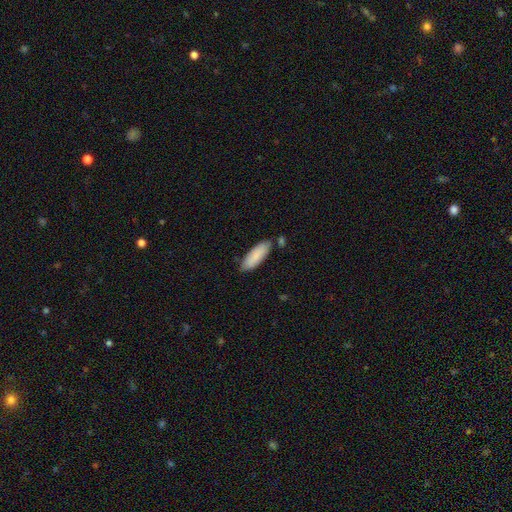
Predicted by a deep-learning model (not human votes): The model was most divided on "how rounded": in between: 61%, cigar-shaped: 38%, round: 1%. More confident: smooth or featured — smooth (86%); merging — none (77%).